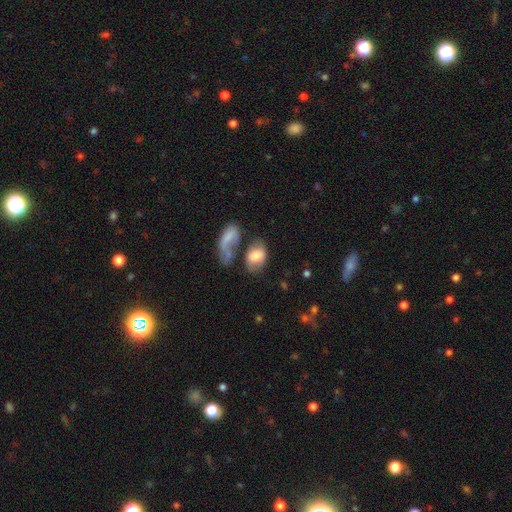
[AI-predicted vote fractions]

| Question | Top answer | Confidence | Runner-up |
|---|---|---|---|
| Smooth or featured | smooth | 70% | featured or disk (21%) |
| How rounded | in between | 84% | round (14%) |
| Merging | merger | 37% | none (30%) |